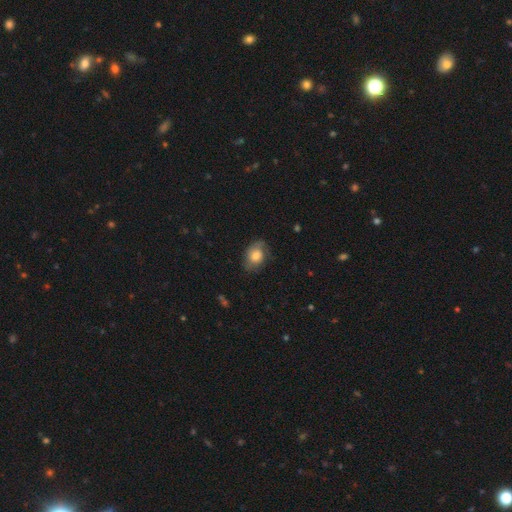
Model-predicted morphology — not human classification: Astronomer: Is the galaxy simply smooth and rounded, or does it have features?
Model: smooth — 69%.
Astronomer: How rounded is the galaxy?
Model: in between — 64%.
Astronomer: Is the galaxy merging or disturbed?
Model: none — 66%.